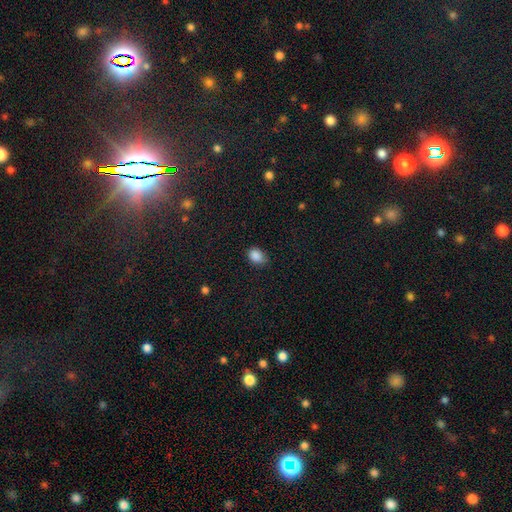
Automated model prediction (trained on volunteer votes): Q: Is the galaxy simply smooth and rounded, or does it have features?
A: smooth — 87%.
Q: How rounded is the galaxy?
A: in between — 69%.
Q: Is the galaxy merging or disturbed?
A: none — 70%.